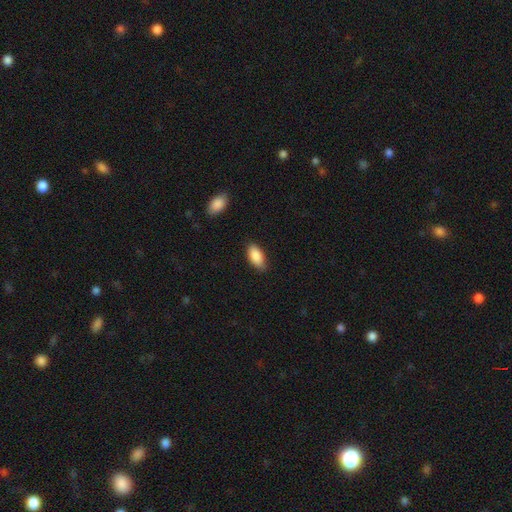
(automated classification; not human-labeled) smooth-or-featured: smooth: 88% | star or artifact: 6% | featured or disk: 6%
  how-rounded: in between: 91% | cigar-shaped: 7% | round: 2%
  merging: none: 83% | minor disturbance: 13% | major disturbance: 2% | merger: 1%